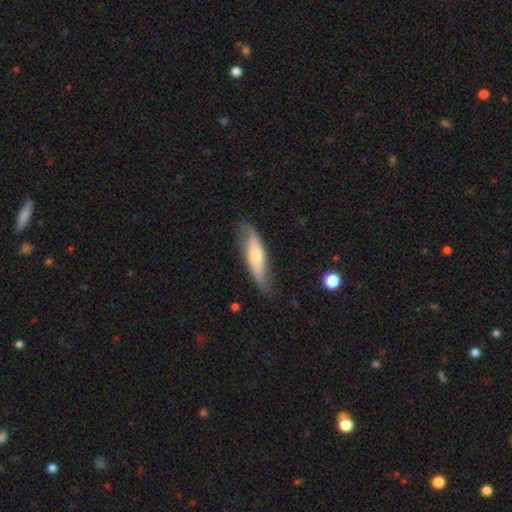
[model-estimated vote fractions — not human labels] This appears to be a smooth galaxy with no disk features (49%). Merging: none (70%).